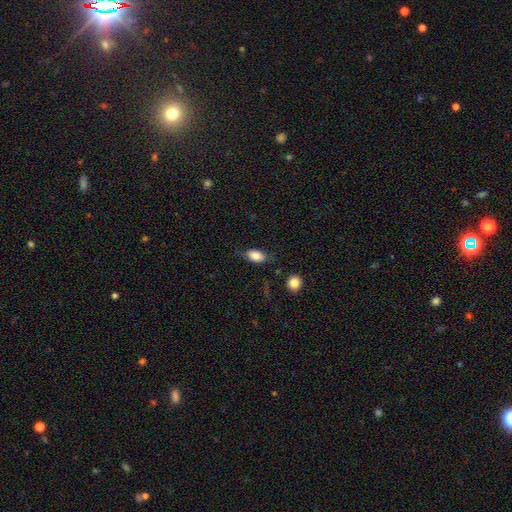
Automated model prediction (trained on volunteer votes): This is clearly a smooth galaxy (83%). How rounded: clearly in between (88%). Merging: likely none (70%).